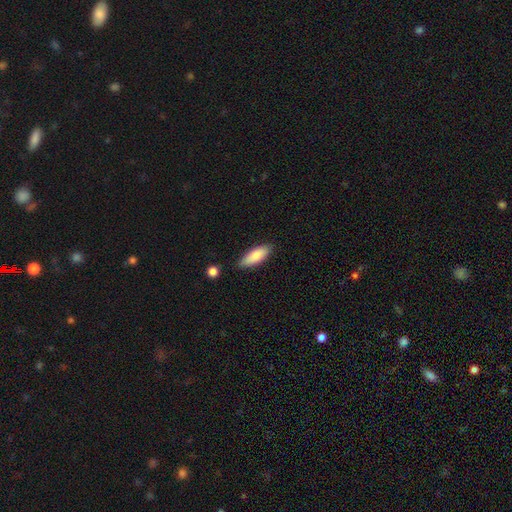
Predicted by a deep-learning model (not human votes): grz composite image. It shows a smooth galaxy with no disk features (82%) that is in between round and cigar-shaped (68%). Merging: none (81%).